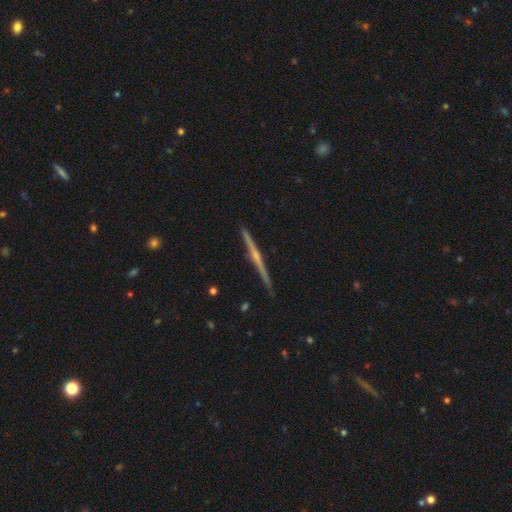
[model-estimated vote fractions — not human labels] featured or disk 81%, smooth 14%, star or artifact 5%. Down the decision tree: edge-on disk — yes (98%); edge-on bulge — rounded (70%); merging — none (91%).